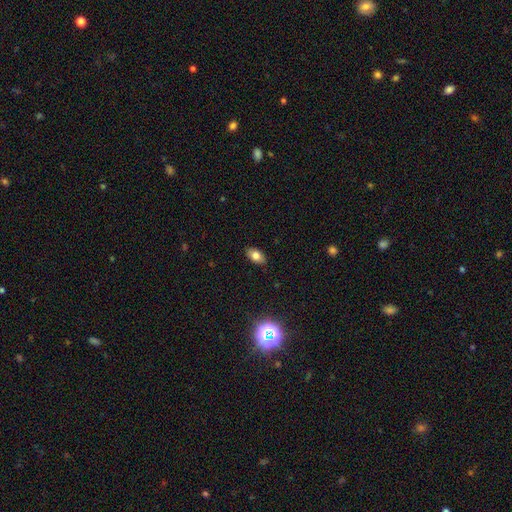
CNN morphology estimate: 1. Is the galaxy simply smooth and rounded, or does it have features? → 78% smooth, 12% featured or disk, 10% star or artifact.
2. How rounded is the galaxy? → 91% in between, 6% round, 3% cigar-shaped.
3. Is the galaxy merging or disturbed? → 88% none, 9% minor disturbance, 2% major disturbance, 1% merger.